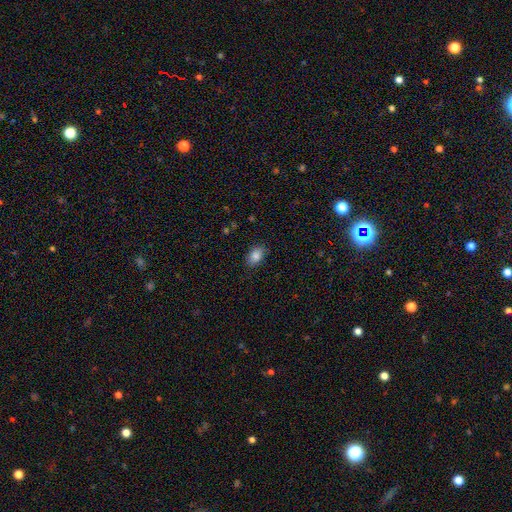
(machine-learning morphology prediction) Smooth or featured? Predicted: smooth (p=0.84). How rounded? Predicted: in between (p=0.87). Merging? Predicted: none (p=0.85).